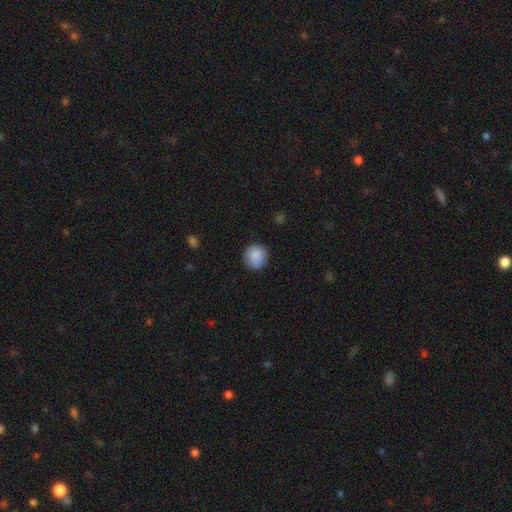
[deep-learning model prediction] Overall: smooth (88%). How rounded: round (92%). Merging: none (84%).